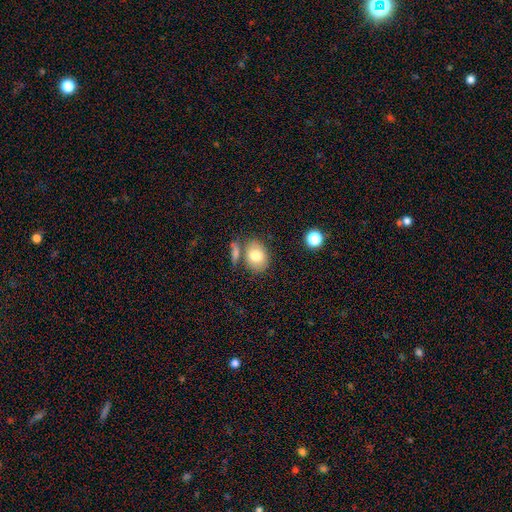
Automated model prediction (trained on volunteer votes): Q: Smooth or featured?
A: smooth (77%); runner-up: featured or disk (15%)
Q: How rounded?
A: in between (64%); runner-up: round (35%)
Q: Merging?
A: none (66%); runner-up: merger (15%)